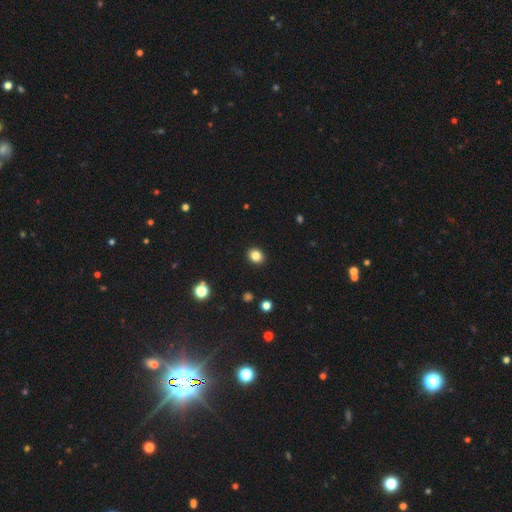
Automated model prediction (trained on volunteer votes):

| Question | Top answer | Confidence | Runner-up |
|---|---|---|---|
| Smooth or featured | smooth | 84% | star or artifact (11%) |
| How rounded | round | 68% | in between (31%) |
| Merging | none | 92% | minor disturbance (5%) |